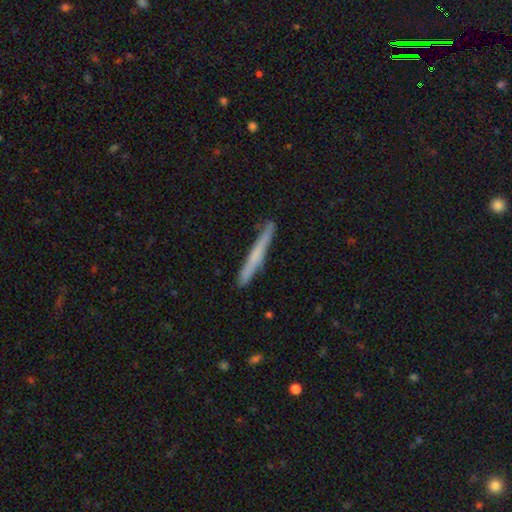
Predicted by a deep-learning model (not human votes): smooth-or-featured: smooth: 52% | featured or disk: 42% | star or artifact: 6%
  how-rounded: cigar-shaped: 97% | in between: 2% | round: 1%
  merging: none: 88% | minor disturbance: 9% | major disturbance: 2% | merger: 1%